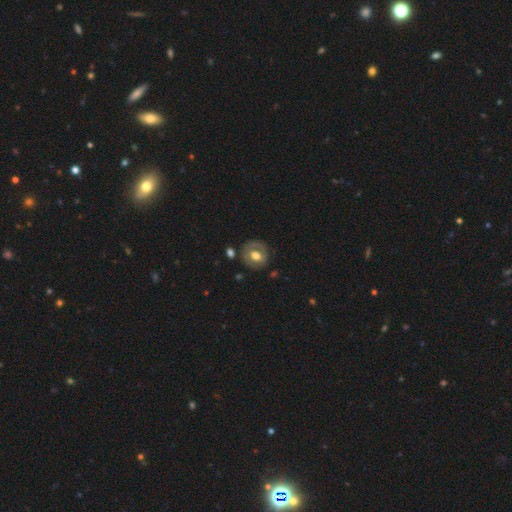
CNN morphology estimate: This appears to be a smooth galaxy with no disk features (51%) that is round (75%). Merging: none (75%).